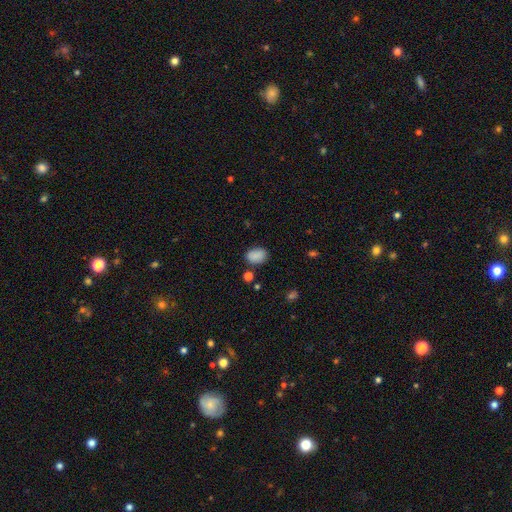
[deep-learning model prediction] Smooth or featured? smooth (86%)
How rounded? in between (74%)
Merging? none (79%)